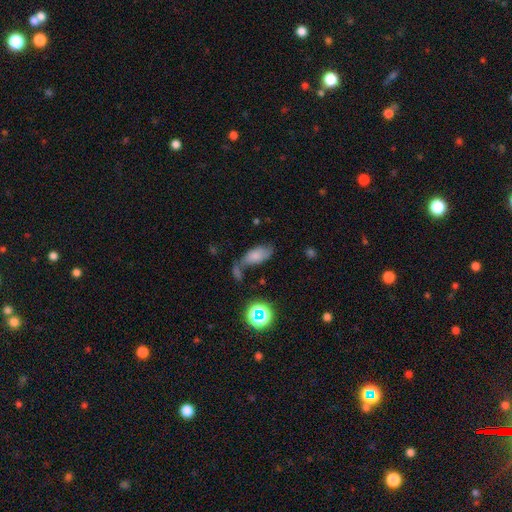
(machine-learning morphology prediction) smooth 67%, featured or disk 19%, star or artifact 14%. Down the decision tree: how rounded — in between (89%); merging — none (42%).